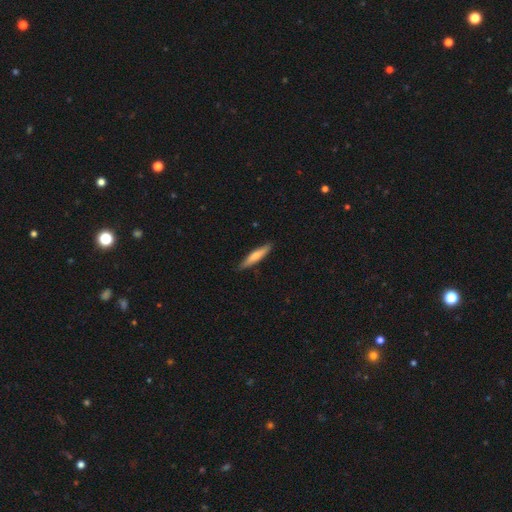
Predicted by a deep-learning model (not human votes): smooth-or-featured: smooth: 65% | featured or disk: 29% | star or artifact: 5%
  how-rounded: cigar-shaped: 88% | in between: 11% | round: 1%
  merging: none: 88% | minor disturbance: 10% | major disturbance: 2% | merger: 1%